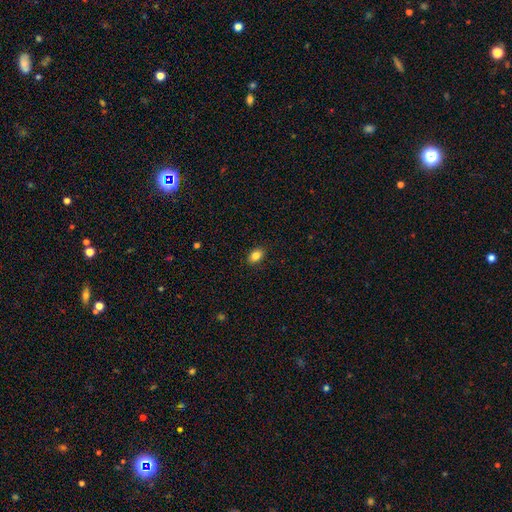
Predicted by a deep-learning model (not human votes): Q: Smooth or featured?
A: smooth (84%); runner-up: star or artifact (9%)
Q: How rounded?
A: in between (82%); runner-up: round (16%)
Q: Merging?
A: none (89%); runner-up: minor disturbance (8%)